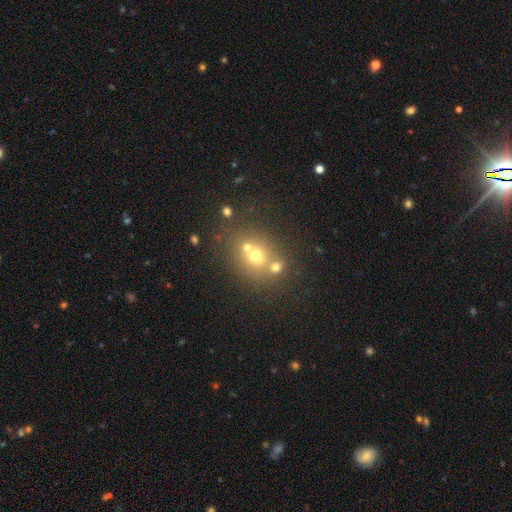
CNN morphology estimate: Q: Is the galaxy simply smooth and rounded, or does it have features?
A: smooth — 58%.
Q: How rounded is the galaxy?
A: round — 73%.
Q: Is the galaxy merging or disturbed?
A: none — 48%.